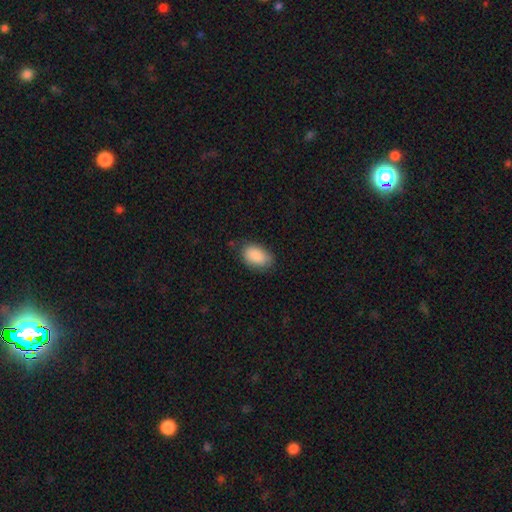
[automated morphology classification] Smooth or featured: smooth — 88% (star or artifact — 7%)
How rounded: in between — 90% (round — 8%)
Merging: none — 75% (minor disturbance — 20%)